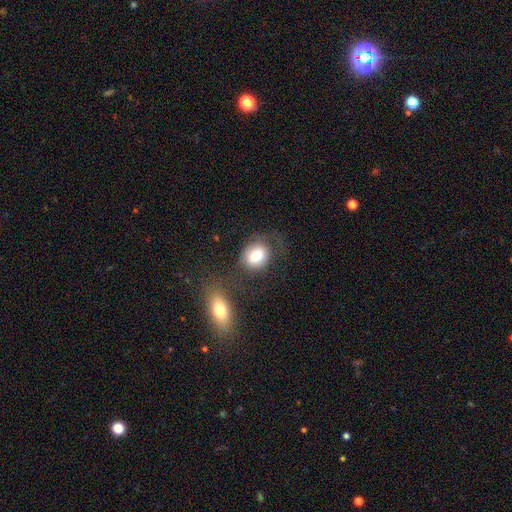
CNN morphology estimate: smooth-or-featured: smooth: 79% | featured or disk: 13% | star or artifact: 8%
  how-rounded: round: 50% | in between: 49% | cigar-shaped: 1%
  merging: none: 55% | minor disturbance: 19% | major disturbance: 13% | merger: 13%